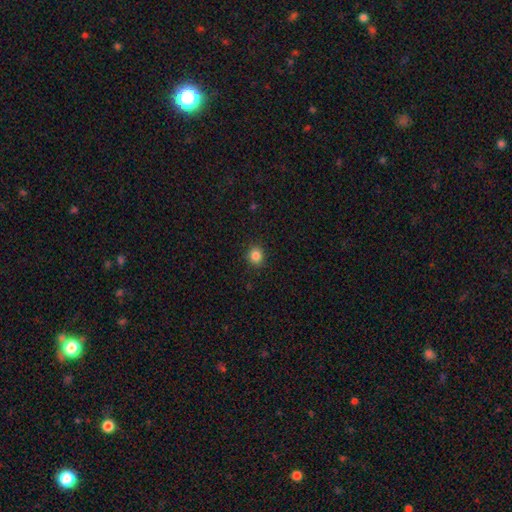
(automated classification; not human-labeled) Smooth or featured? smooth (85%)
How rounded? round (86%)
Merging? none (90%)